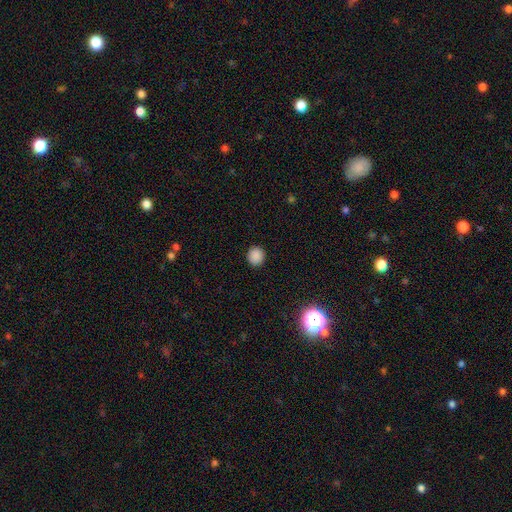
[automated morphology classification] Smooth or featured? Predicted: smooth (p=0.87). How rounded? Predicted: round (p=0.91). Merging? Predicted: none (p=0.92).